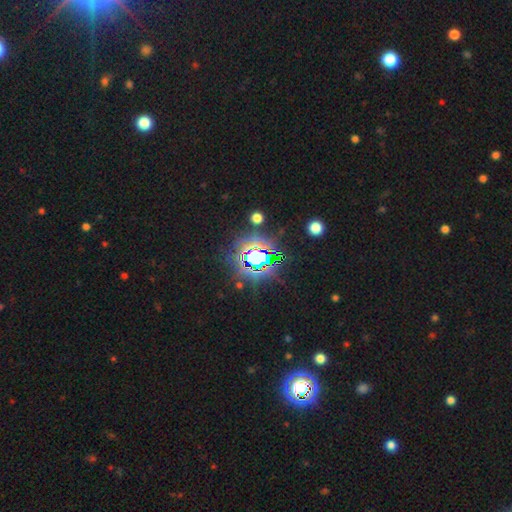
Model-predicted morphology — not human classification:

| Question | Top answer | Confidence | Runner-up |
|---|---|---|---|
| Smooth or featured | star or artifact | 82% | smooth (10%) |